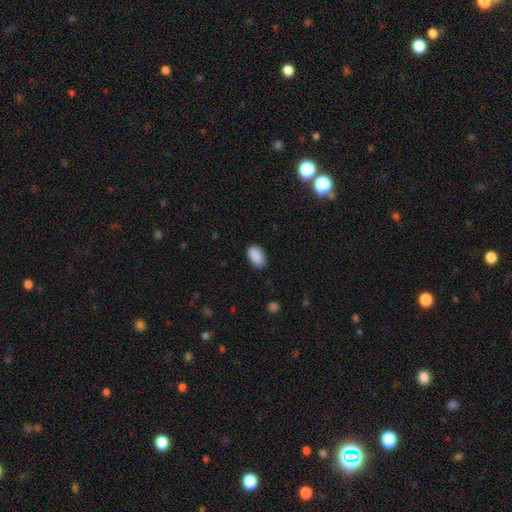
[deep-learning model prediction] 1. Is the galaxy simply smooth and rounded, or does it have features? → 90% smooth, 7% star or artifact, 3% featured or disk.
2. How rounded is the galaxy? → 93% in between, 5% round, 2% cigar-shaped.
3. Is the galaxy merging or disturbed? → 85% none, 11% minor disturbance, 2% major disturbance, 1% merger.